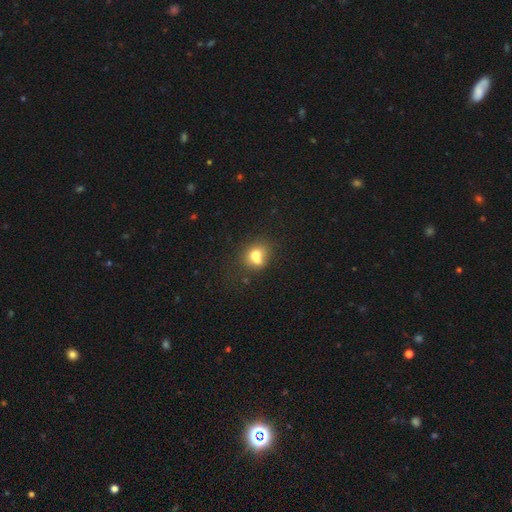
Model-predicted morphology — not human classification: Overall: smooth (70%). How rounded: round (64%; in between 35%). Merging: none (40%; merger 37%).